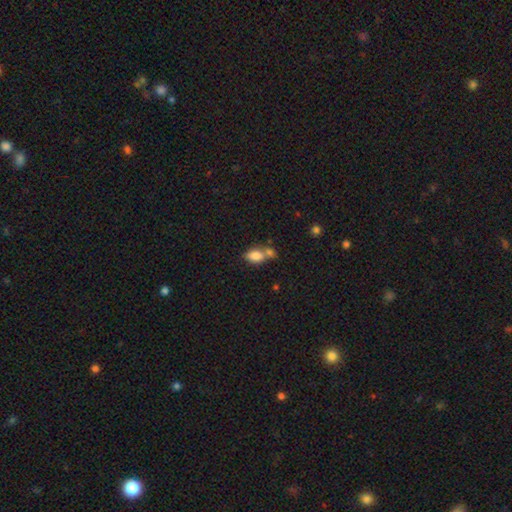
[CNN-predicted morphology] The model was most divided on "merging": merger: 46%, none: 35%, minor disturbance: 14%, major disturbance: 5%. More confident: how rounded — in between (85%); smooth or featured — smooth (82%).